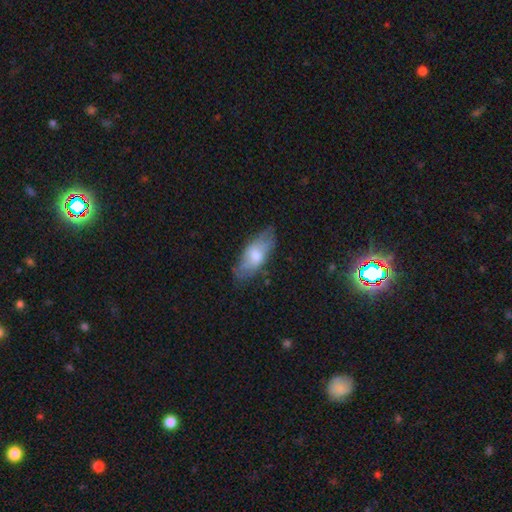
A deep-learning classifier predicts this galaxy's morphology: type=smooth (60%); roundness=in between (79%); merging=none (70%).